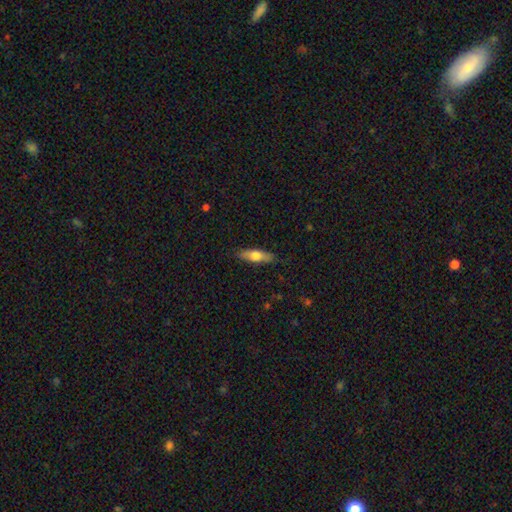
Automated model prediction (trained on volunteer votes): This is likely a smooth galaxy (61%). How rounded: possibly cigar-shaped (49%). Merging: clearly none (83%).